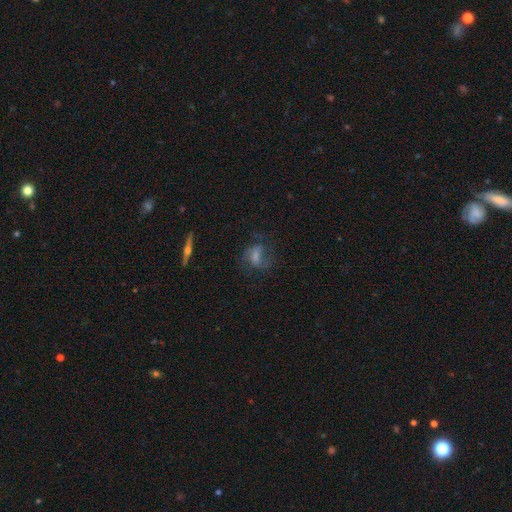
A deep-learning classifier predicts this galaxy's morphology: Q: Smooth or featured?
A: featured or disk (56%); runner-up: smooth (27%)
Q: Edge-on disk?
A: no (89%); runner-up: yes (11%)
Q: Merging?
A: none (64%); runner-up: minor disturbance (19%)